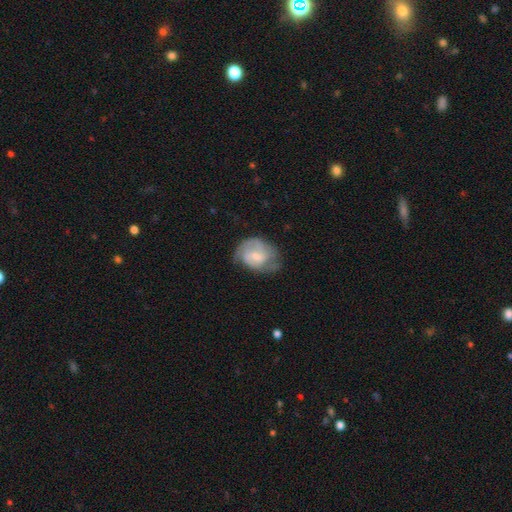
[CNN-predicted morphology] featured or disk 61%, smooth 33%, star or artifact 6%. Down the decision tree: edge-on disk — no (97%); bar — weak (49%); spiral arms — yes (84%); bulge size — small (48%); merging — none (50%).